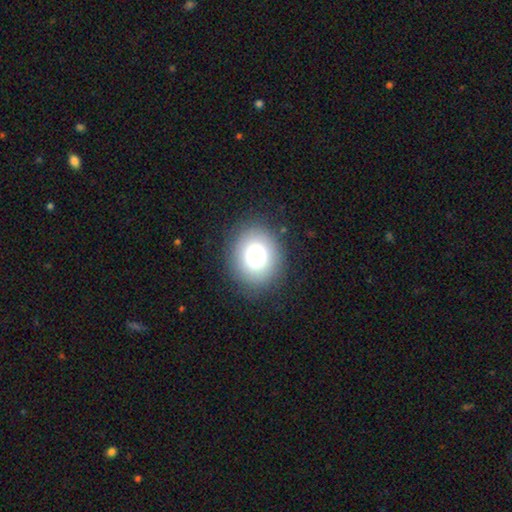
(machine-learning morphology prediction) Overall: smooth (81%). How rounded: round (65%; in between 34%). Merging: none (87%).